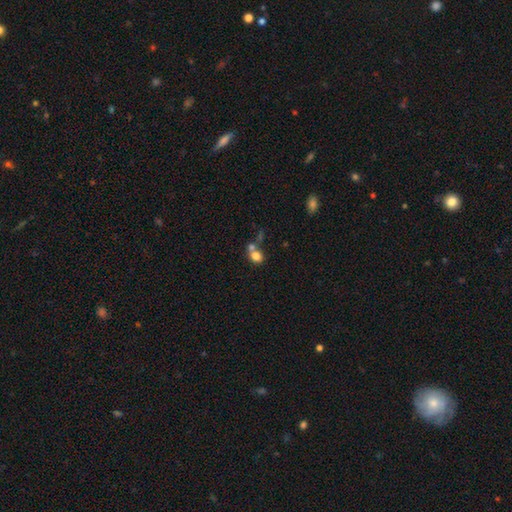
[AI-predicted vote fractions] Q: Smooth or featured?
A: smooth (78%); runner-up: featured or disk (11%)
Q: How rounded?
A: round (58%); runner-up: in between (41%)
Q: Merging?
A: merger (48%); runner-up: none (38%)